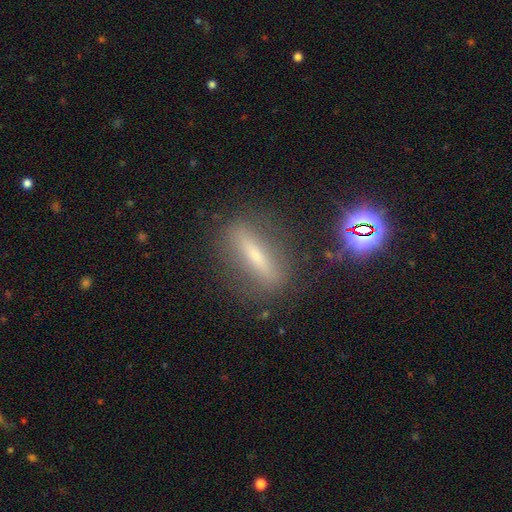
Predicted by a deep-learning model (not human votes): featured or disk 48%, smooth 37%, star or artifact 15%. Down the decision tree: merging — none (83%).